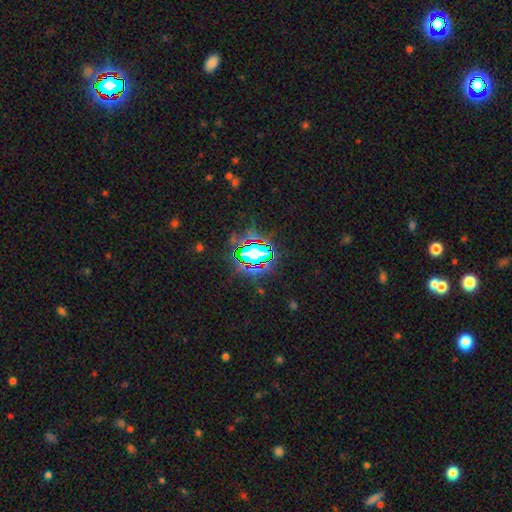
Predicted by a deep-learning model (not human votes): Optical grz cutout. It shows a star or artifact, not a galaxy (68%).